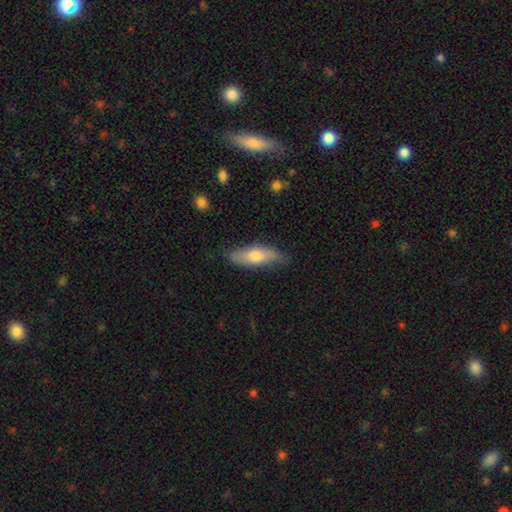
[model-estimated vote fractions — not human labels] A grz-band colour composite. It shows a smooth galaxy with no disk features (63%) that is cigar-shaped (52%). Merging: none (80%).